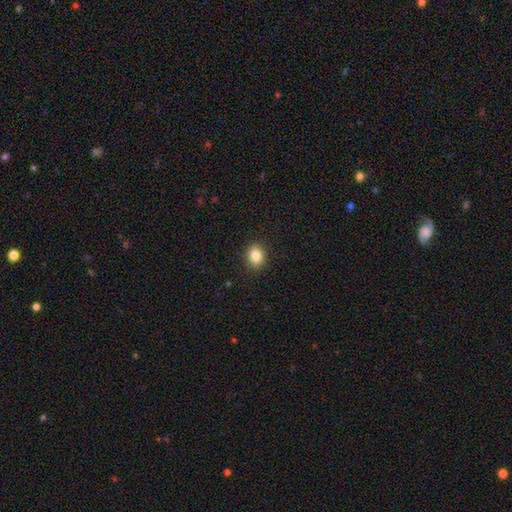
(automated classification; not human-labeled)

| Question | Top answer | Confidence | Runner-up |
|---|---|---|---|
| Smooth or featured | smooth | 84% | star or artifact (10%) |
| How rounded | in between | 50% | round (49%) |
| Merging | none | 90% | minor disturbance (7%) |